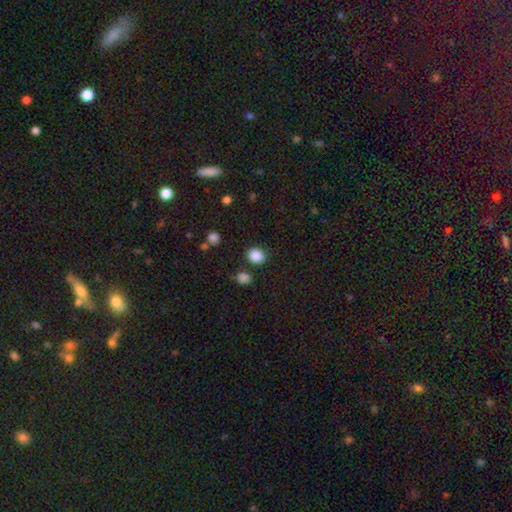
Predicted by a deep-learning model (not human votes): Smooth or featured? Predicted: smooth (p=0.87). How rounded? Predicted: round (p=0.63). Merging? Predicted: none (p=0.82).